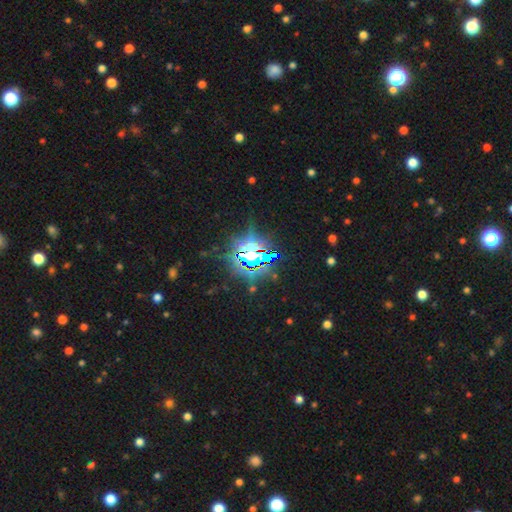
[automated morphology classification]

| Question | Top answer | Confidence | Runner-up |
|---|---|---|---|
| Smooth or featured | star or artifact | 80% | smooth (10%) |